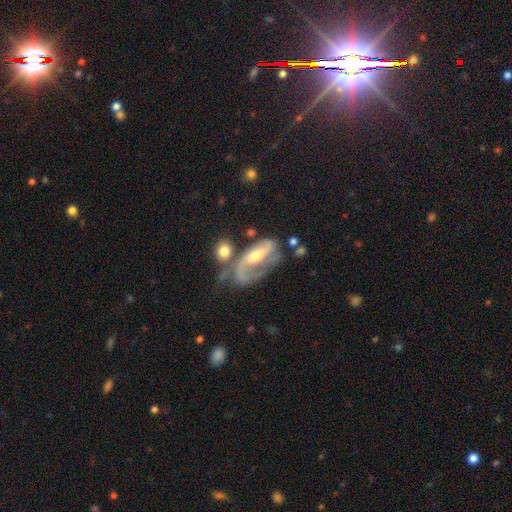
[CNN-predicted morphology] featured or disk 77%, smooth 17%, star or artifact 7%. Down the decision tree: edge-on disk — no (92%); bar — no (40%); spiral arms — yes (86%); spiral arm count — 2 (45%); spiral winding — medium (40%); bulge size — moderate (58%); merging — major disturbance (31%, tied with none).